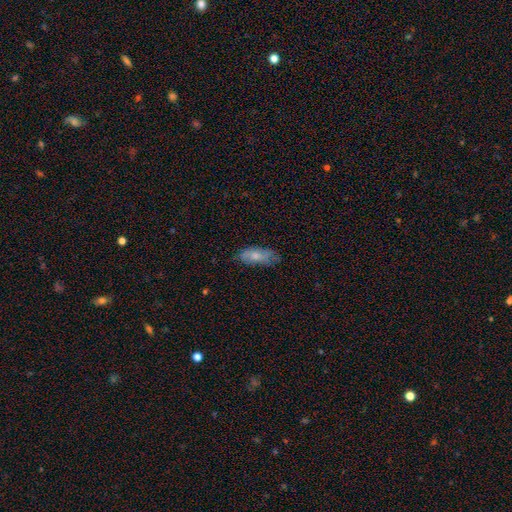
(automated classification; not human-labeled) Smooth or featured? Predicted: smooth (p=0.67). How rounded? Predicted: in between (p=0.79). Merging? Predicted: none (p=0.67).